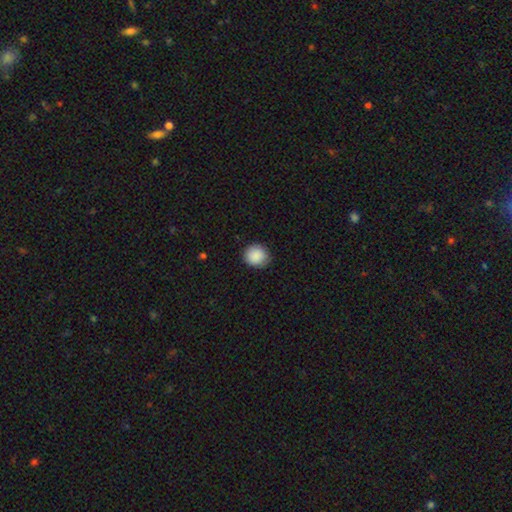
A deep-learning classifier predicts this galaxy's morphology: Overall: smooth (89%). How rounded: round (89%). Merging: none (87%).